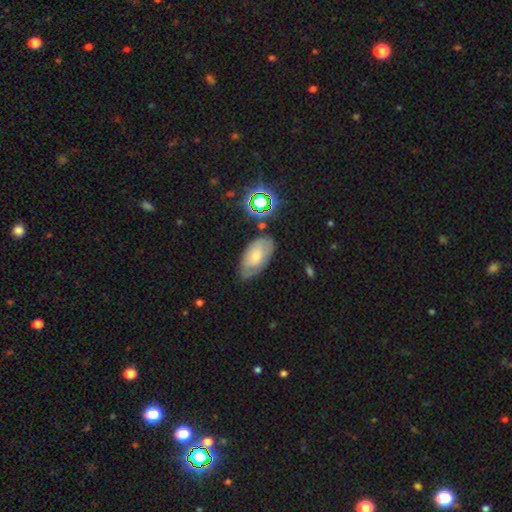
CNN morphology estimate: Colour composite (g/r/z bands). It shows a smooth galaxy with no disk features (55%) that is in between round and cigar-shaped (93%). Merging: none (67%).